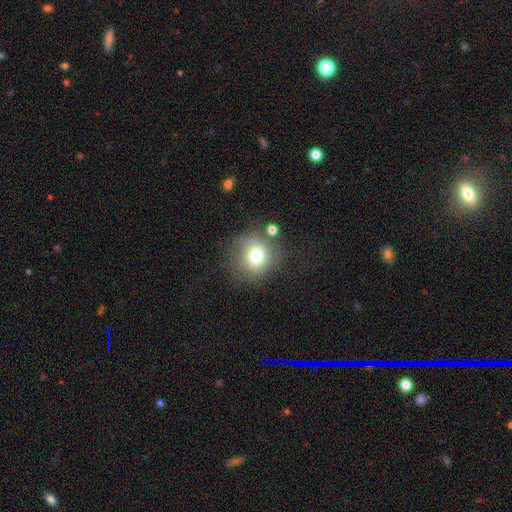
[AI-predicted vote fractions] Smooth or featured?
  - smooth: 74% *
  - featured or disk: 13%
  - star or artifact: 13%
How rounded?
  - round: 85% *
  - in between: 14%
  - cigar-shaped: 1%
Merging?
  - none: 72% *
  - minor disturbance: 15%
  - major disturbance: 7%
  - merger: 6%